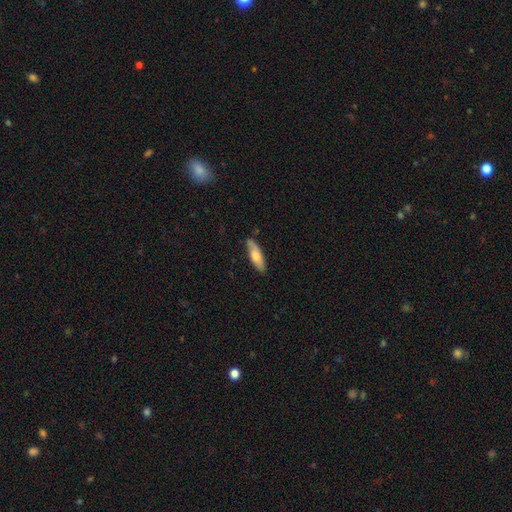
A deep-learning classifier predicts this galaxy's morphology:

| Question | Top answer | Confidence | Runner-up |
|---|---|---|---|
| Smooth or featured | smooth | 68% | featured or disk (26%) |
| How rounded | cigar-shaped | 54% | in between (44%) |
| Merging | none | 82% | minor disturbance (15%) |